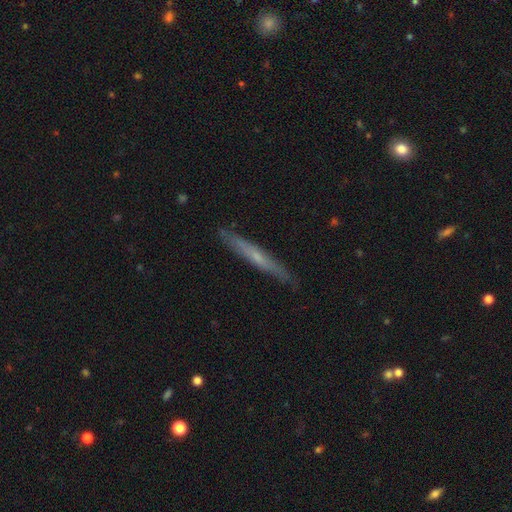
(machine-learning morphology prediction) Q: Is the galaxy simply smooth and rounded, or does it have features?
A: featured or disk — 55%.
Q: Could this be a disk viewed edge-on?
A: yes — 93%.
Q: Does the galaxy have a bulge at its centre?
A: none — 53%.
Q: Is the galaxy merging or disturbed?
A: none — 87%.